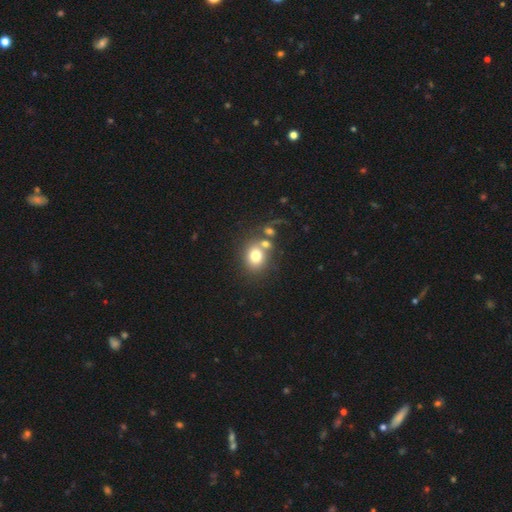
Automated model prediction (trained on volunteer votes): A smooth galaxy with no disk features (75%) that is round (61%). Merging: none (57%).